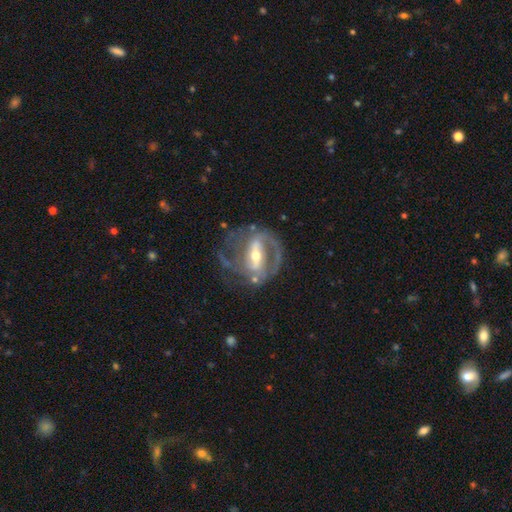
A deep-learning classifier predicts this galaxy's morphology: This is clearly a featured or disk galaxy (88%). It is clearly not viewed edge-on (96%). Bar: likely strong (61%). Spiral arm pattern: clearly yes (92%). Spiral arm count: likely 2 (68%). Spiral winding: possibly medium (49%). Central bulge: possibly moderate (52%). Merging: possibly none (60%).